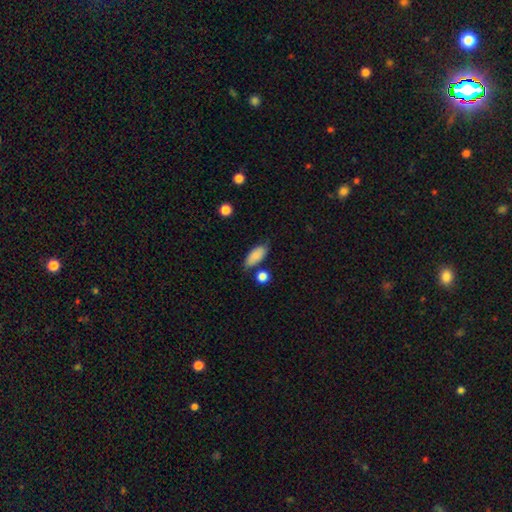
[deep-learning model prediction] A smooth galaxy with no disk features (86%) that is in between round and cigar-shaped (86%). Merging: none (70%).